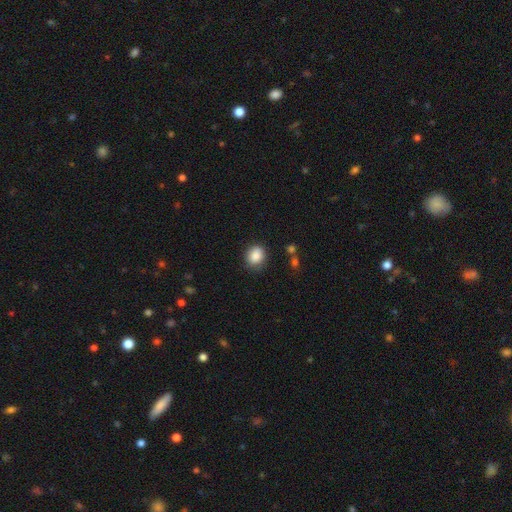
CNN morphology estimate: type=smooth (87%); roundness=round (59%); merging=none (79%).